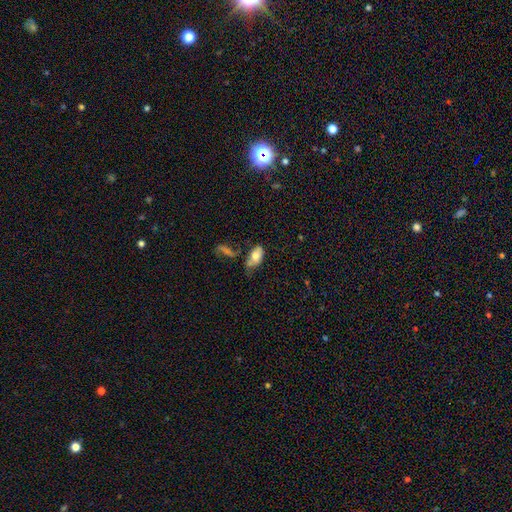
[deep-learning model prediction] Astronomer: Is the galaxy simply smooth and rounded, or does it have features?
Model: smooth — 72%.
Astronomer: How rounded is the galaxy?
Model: in between — 91%.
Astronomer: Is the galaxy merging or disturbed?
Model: none — 38% (runner-up: minor disturbance, 26%).